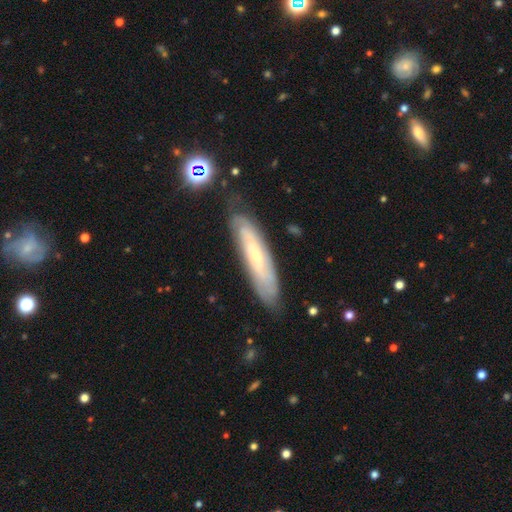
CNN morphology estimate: This is likely a featured or disk galaxy (63%). It is likely not viewed edge-on (64%). Merging: likely none (75%).